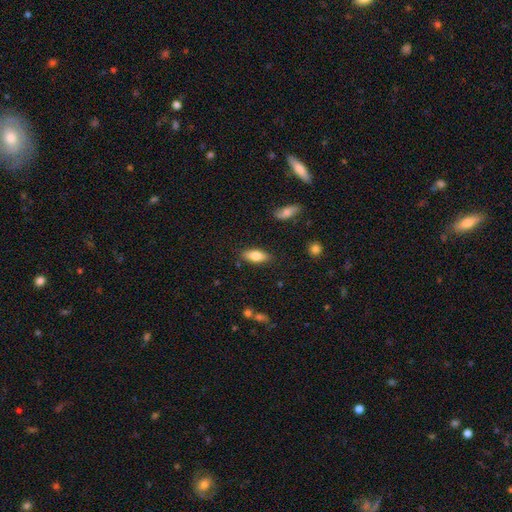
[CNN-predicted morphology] Overall: smooth (81%). How rounded: in between (79%). Merging: none (84%).